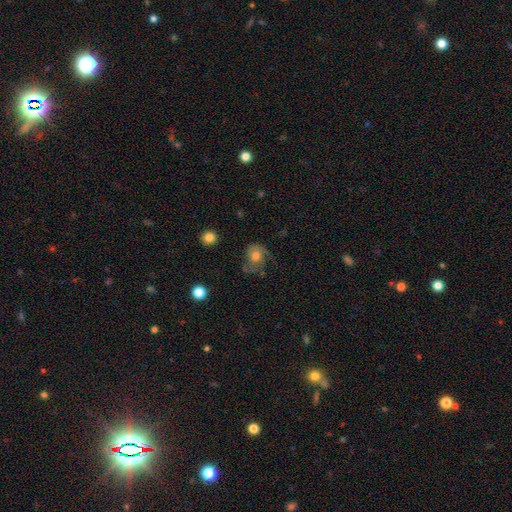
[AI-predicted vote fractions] This is possibly a smooth galaxy (54%). How rounded: likely round (69%). Merging: possibly none (46%).